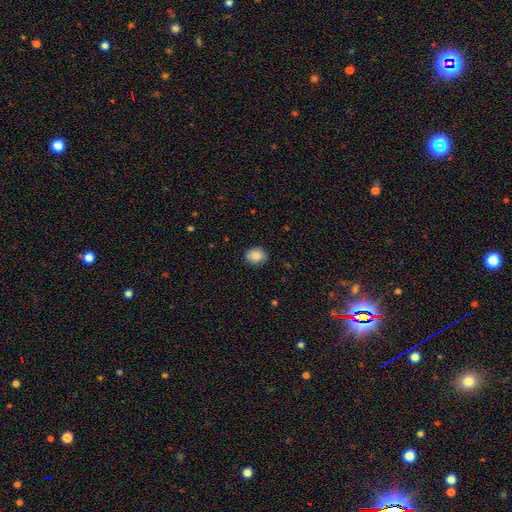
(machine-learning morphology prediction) A smooth galaxy with no disk features (86%) that is round (54%).

Vote fractions:
- Smooth or featured? smooth: 86% / star or artifact: 8% / featured or disk: 6%
- How rounded? round: 54% / in between: 45% / cigar-shaped: 1%
- Merging? none: 84% / minor disturbance: 13% / major disturbance: 2% / merger: 1%